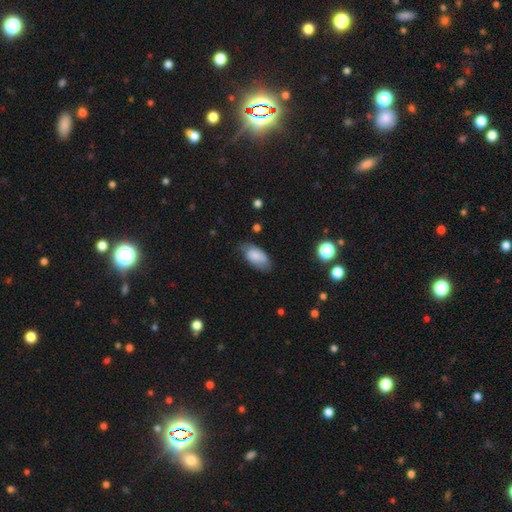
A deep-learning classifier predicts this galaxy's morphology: A smooth galaxy with no disk features (76%) that is in between round and cigar-shaped (93%).

Vote fractions:
- Smooth or featured? smooth: 76% / featured or disk: 17% / star or artifact: 7%
- How rounded? in between: 93% / round: 4% / cigar-shaped: 4%
- Merging? none: 61% / minor disturbance: 29% / major disturbance: 8% / merger: 2%